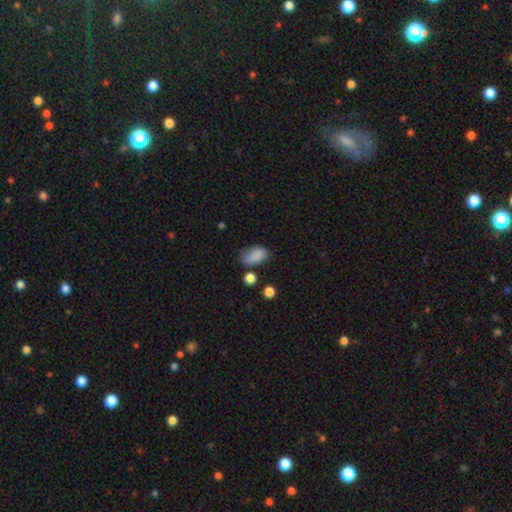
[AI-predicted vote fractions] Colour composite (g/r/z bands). It shows a smooth galaxy with no disk features (85%) that is in between round and cigar-shaped (91%). Merging: none (61%).